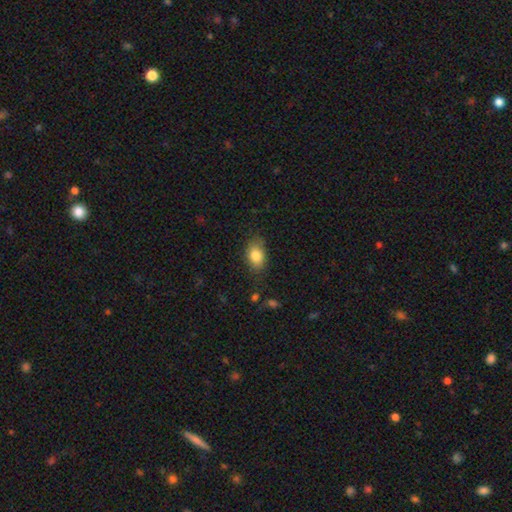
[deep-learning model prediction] Smooth or featured? Predicted: smooth (p=0.82). How rounded? Predicted: in between (p=0.84). Merging? Predicted: none (p=0.78).